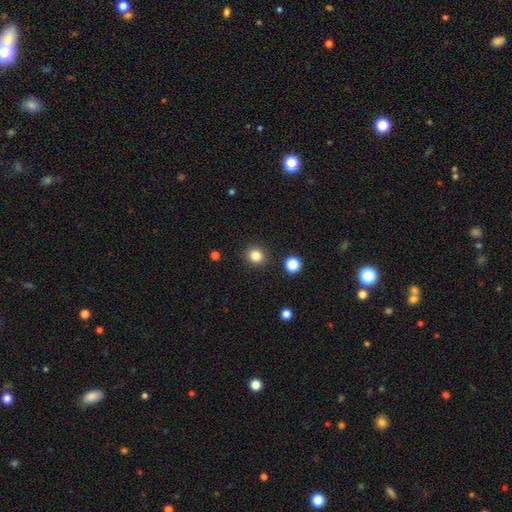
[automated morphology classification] Smooth or featured: smooth — 83% (star or artifact — 12%)
How rounded: round — 84% (in between — 15%)
Merging: none — 90% (minor disturbance — 6%)